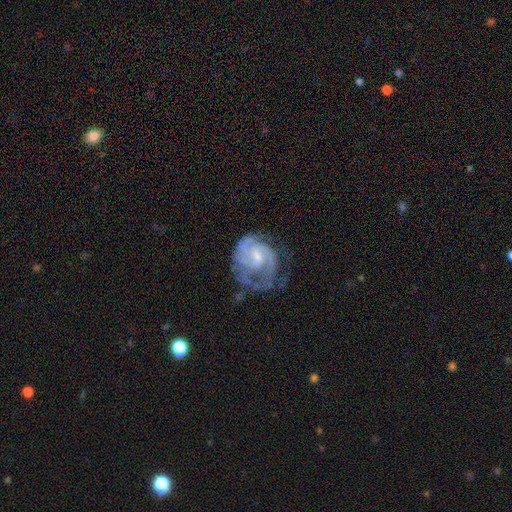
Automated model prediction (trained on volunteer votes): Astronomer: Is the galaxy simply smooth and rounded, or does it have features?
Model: featured or disk — 85%.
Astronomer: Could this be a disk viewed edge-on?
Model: no — 98%.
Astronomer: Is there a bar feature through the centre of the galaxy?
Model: weak — 51% (runner-up: no, 40%).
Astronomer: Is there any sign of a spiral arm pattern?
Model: yes — 95%.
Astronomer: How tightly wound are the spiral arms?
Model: tight — 47% (runner-up: medium, 42%).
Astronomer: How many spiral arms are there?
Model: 2 — 51%.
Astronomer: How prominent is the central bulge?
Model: small — 57%.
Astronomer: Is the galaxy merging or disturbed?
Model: none — 46% (runner-up: major disturbance, 26%).